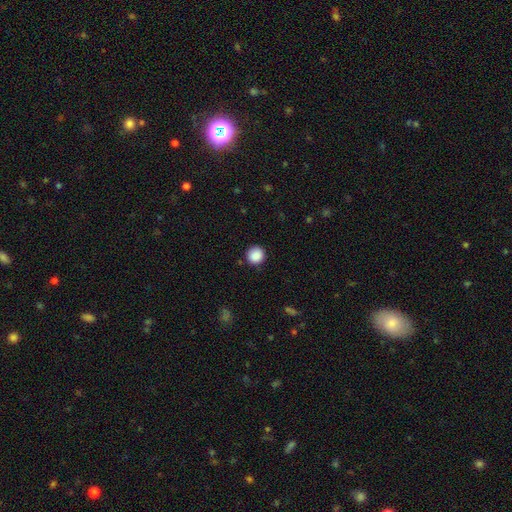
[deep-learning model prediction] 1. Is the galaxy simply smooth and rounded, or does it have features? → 88% smooth, 9% star or artifact, 3% featured or disk.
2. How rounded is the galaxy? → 93% round, 6% in between, 1% cigar-shaped.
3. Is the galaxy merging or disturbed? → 89% none, 8% minor disturbance, 2% major disturbance, 1% merger.